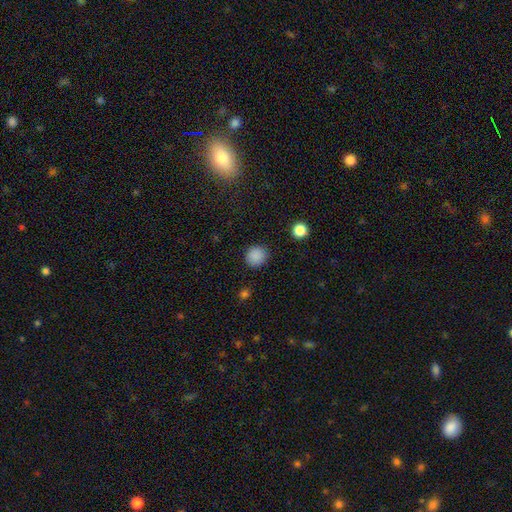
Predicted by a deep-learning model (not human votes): The model was most divided on "smooth or featured": smooth: 87%, star or artifact: 10%, featured or disk: 3%. More confident: how rounded — round (91%); merging — none (89%).